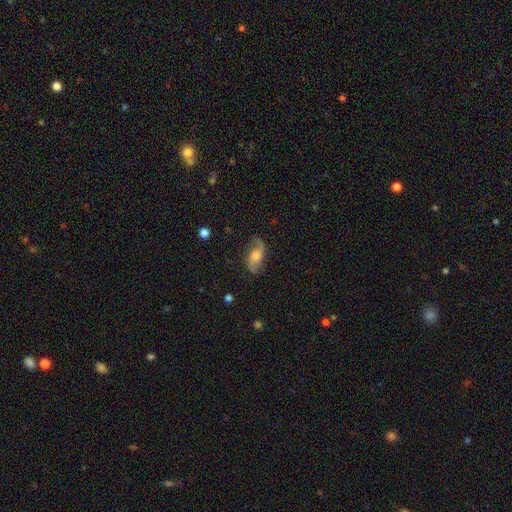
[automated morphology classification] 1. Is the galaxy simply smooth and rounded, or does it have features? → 73% featured or disk, 20% smooth, 7% star or artifact.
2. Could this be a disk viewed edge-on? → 94% no, 6% yes.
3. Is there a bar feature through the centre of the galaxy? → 61% no, 32% weak, 8% strong.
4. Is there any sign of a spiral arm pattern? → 93% yes, 7% no.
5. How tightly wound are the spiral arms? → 65% loose, 26% medium, 8% tight.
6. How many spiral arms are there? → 90% 2, 4% can't tell, 3% 1, 1% 3, 1% 4, 1% more than 4.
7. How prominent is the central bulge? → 57% moderate, 25% small, 13% large, 4% none, 2% dominant.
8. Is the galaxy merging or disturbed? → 75% none, 17% minor disturbance, 7% major disturbance, 1% merger.